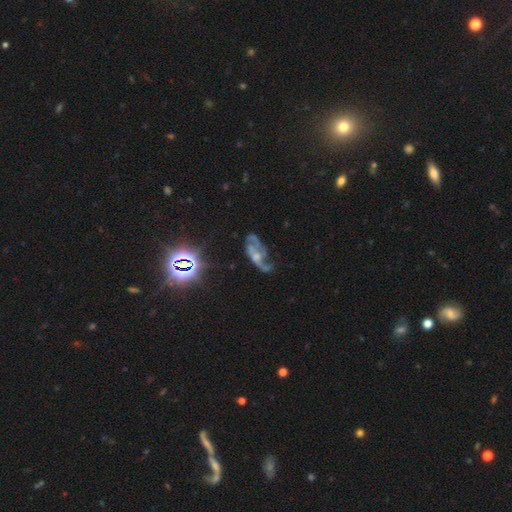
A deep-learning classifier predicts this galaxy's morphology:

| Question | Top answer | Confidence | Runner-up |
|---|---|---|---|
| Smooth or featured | featured or disk | 69% | star or artifact (18%) |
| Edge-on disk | no | 93% | yes (7%) |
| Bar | no | 68% | weak (25%) |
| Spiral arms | yes | 76% | no (24%) |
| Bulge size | small | 40% | moderate (36%) |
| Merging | none | 40% | major disturbance (31%) |